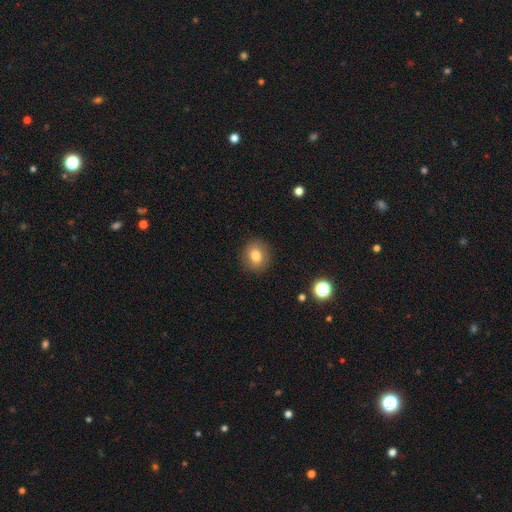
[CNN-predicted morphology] Smooth or featured: smooth — 79% (featured or disk — 11%)
How rounded: round — 79% (in between — 20%)
Merging: none — 89% (minor disturbance — 8%)